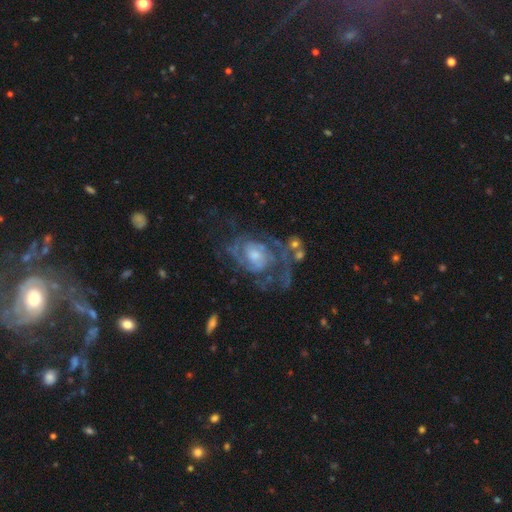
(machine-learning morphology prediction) Q: Smooth or featured?
A: featured or disk (84%); runner-up: smooth (9%)
Q: Edge-on disk?
A: no (97%); runner-up: yes (3%)
Q: Bar?
A: no (65%); runner-up: weak (29%)
Q: Spiral arms?
A: yes (89%); runner-up: no (11%)
Q: Spiral winding?
A: tight (44%); runner-up: medium (40%)
Q: Spiral arm count?
A: 2 (46%); runner-up: can't tell (28%)
Q: Bulge size?
A: moderate (51%); runner-up: small (37%)
Q: Merging?
A: none (46%); runner-up: major disturbance (30%)